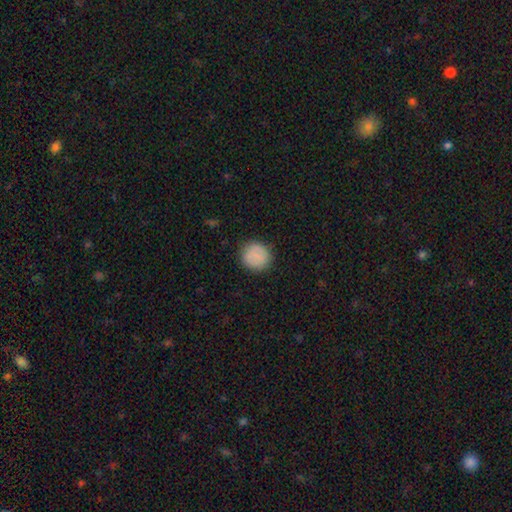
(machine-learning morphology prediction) Overall: smooth (82%). How rounded: round (90%). Merging: none (87%).